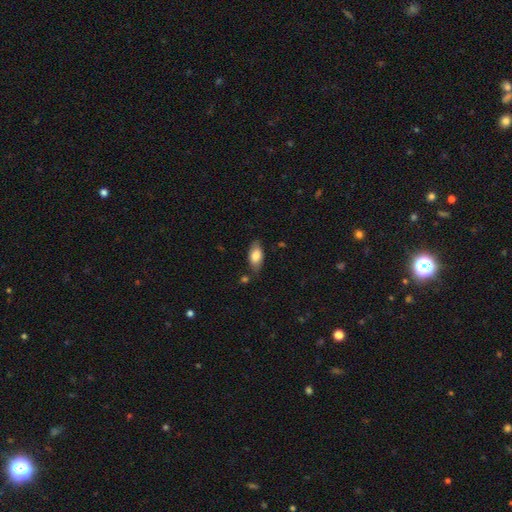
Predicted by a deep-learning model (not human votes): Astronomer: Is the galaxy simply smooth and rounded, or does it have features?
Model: smooth — 79%.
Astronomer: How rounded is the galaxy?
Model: in between — 90%.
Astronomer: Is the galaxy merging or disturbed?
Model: none — 73%.